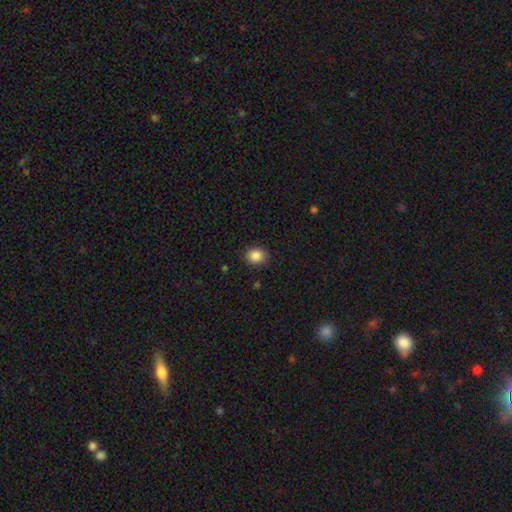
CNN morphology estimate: Q: Smooth or featured?
A: smooth (86%); runner-up: star or artifact (10%)
Q: How rounded?
A: round (69%); runner-up: in between (30%)
Q: Merging?
A: none (88%); runner-up: minor disturbance (9%)